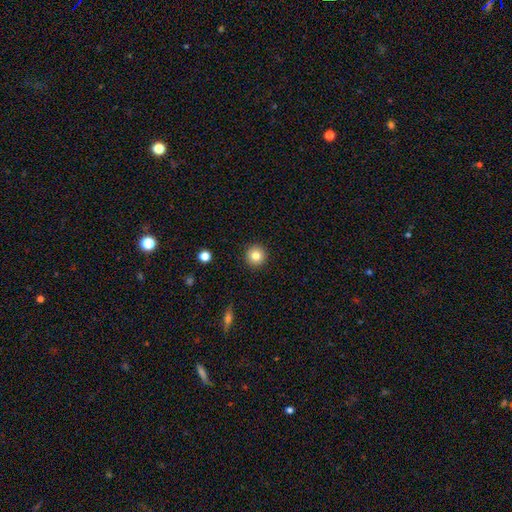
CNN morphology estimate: A smooth galaxy with no disk features (82%) that is round (95%). Merging: none (93%).